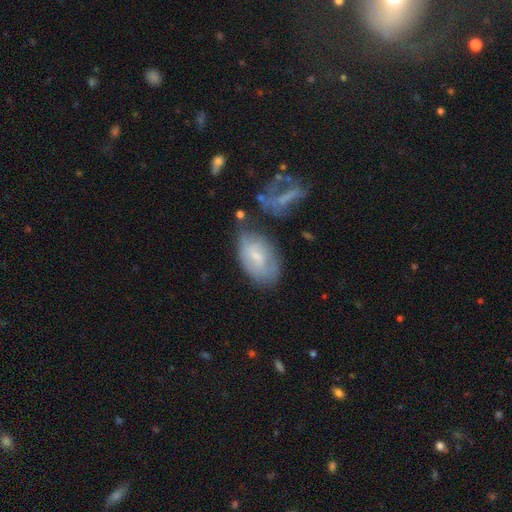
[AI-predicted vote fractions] Smooth or featured?
  - smooth: 52% *
  - featured or disk: 40%
  - star or artifact: 8%
How rounded?
  - in between: 91% *
  - round: 6%
  - cigar-shaped: 2%
Merging?
  - none: 50% *
  - minor disturbance: 27%
  - major disturbance: 12%
  - merger: 11%